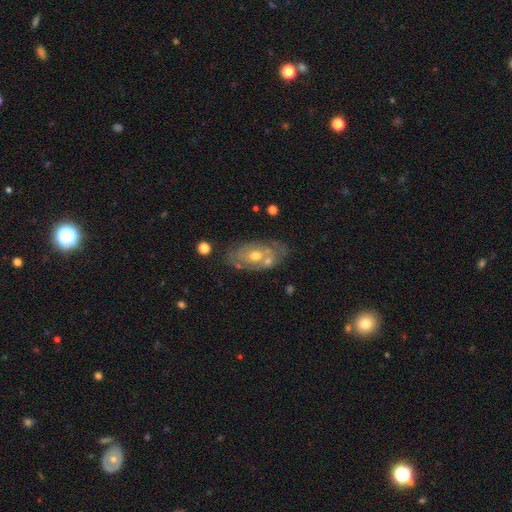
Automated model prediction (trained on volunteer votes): Overall: featured or disk (65%; smooth 28%). Edge-on disk: no (91%). Bar: no (84%). Spiral arms: no (56%; yes 44%). Bulge size: moderate (68%). Merging: none (62%).